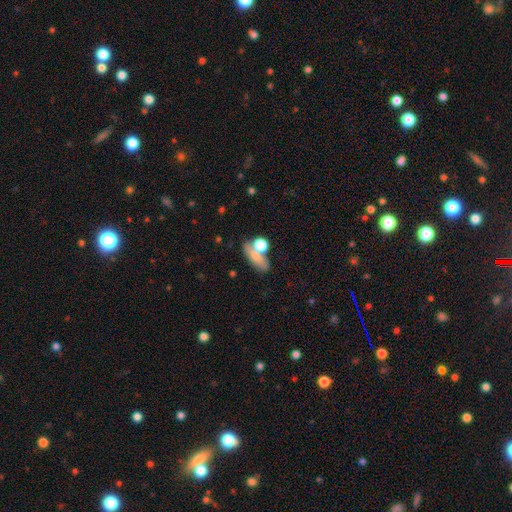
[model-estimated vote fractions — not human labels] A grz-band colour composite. It shows a smooth galaxy with no disk features (72%) that is in between round and cigar-shaped (66%). Merging: none (42%).